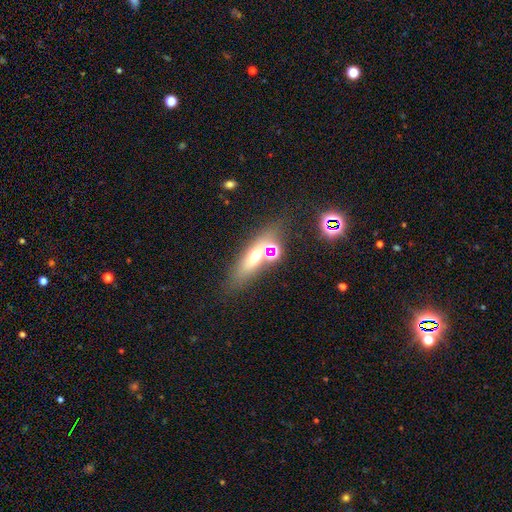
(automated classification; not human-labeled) smooth-or-featured: smooth: 49% | featured or disk: 30% | star or artifact: 21%
  merging: none: 63% | merger: 17% | minor disturbance: 13% | major disturbance: 7%